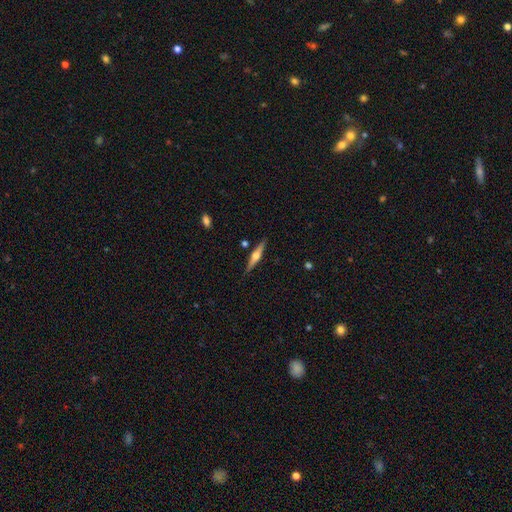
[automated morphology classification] Smooth or featured?
  - featured or disk: 70% *
  - smooth: 25%
  - star or artifact: 6%
Edge-on disk?
  - yes: 97% *
  - no: 3%
Edge-on bulge?
  - rounded: 93% *
  - boxy: 4%
  - none: 3%
Merging?
  - none: 87% *
  - minor disturbance: 9%
  - merger: 2%
  - major disturbance: 2%